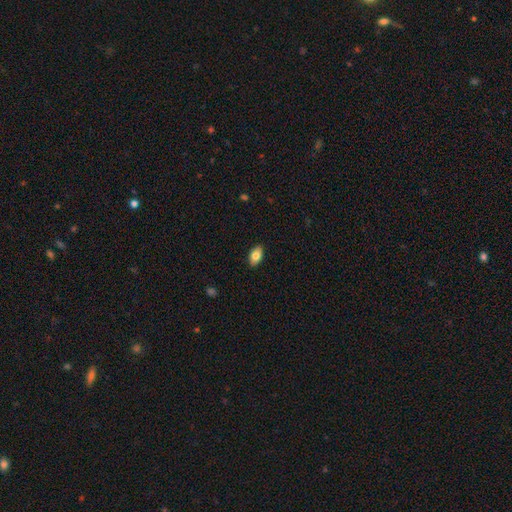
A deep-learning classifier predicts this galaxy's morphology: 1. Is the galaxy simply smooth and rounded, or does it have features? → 81% smooth, 12% featured or disk, 7% star or artifact.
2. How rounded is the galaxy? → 92% in between, 6% round, 2% cigar-shaped.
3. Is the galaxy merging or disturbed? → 88% none, 9% minor disturbance, 2% major disturbance, 1% merger.